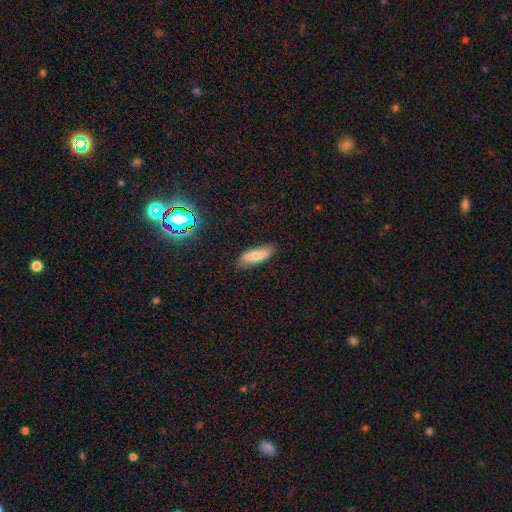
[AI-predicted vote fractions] A smooth galaxy with no disk features (73%) that is in between round and cigar-shaped (52%). Merging: none (77%).